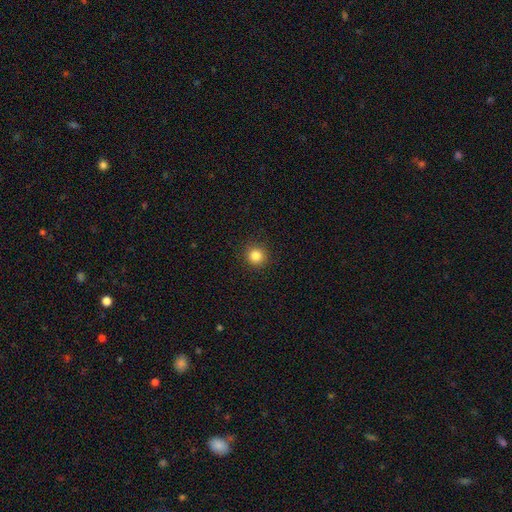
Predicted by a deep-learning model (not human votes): smooth-or-featured: smooth: 84% | star or artifact: 12% | featured or disk: 5%
  how-rounded: round: 94% | in between: 5% | cigar-shaped: 1%
  merging: none: 92% | minor disturbance: 5% | major disturbance: 2% | merger: 1%